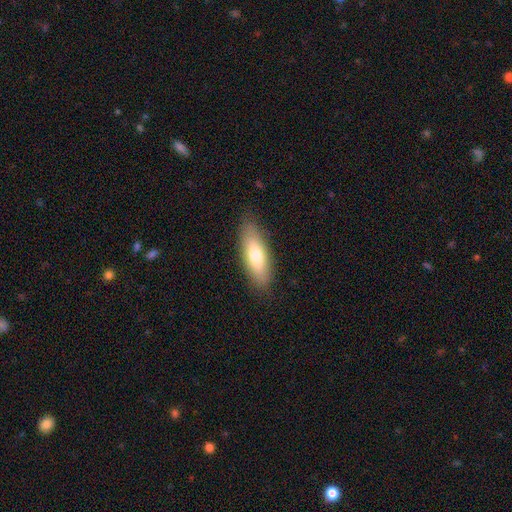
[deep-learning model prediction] Morphology: type=smooth (70%); roundness=in between (61%); merging=none (85%).